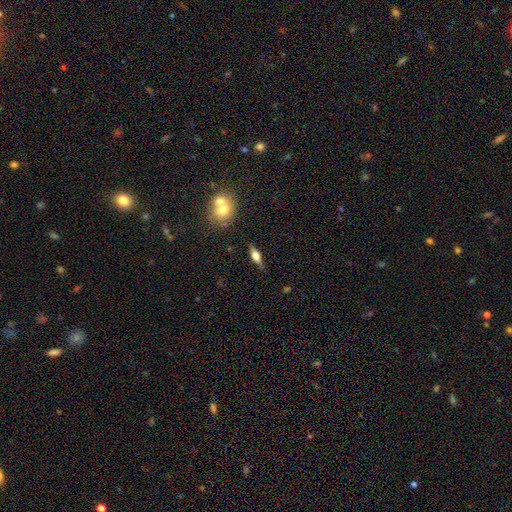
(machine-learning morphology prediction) Q: Smooth or featured?
A: featured or disk (60%); runner-up: smooth (32%)
Q: Edge-on disk?
A: yes (95%); runner-up: no (5%)
Q: Edge-on bulge?
A: rounded (90%); runner-up: boxy (8%)
Q: Merging?
A: none (83%); runner-up: minor disturbance (10%)